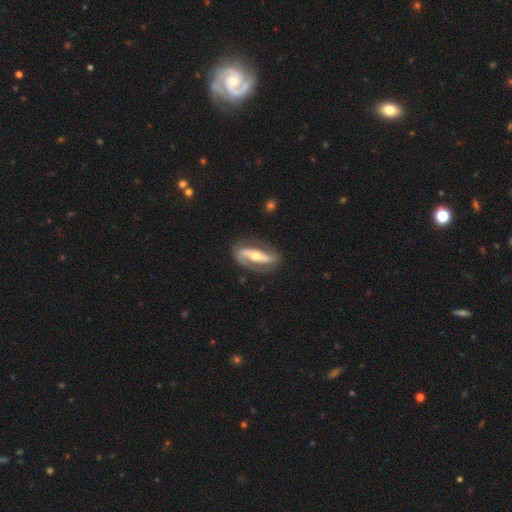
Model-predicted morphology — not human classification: A featured or disk galaxy (81%) with a strong bar (62%), 2 (85%) loose (38%) spiral arms (84%) and a moderate central bulge (62%). Merging: none (78%).